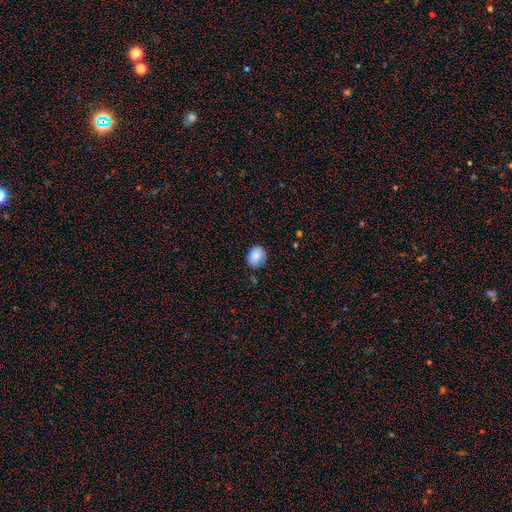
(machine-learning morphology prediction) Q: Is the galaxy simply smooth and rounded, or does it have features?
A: smooth — 85%.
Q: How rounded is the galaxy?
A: in between — 53%.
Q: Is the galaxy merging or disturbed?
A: none — 74%.